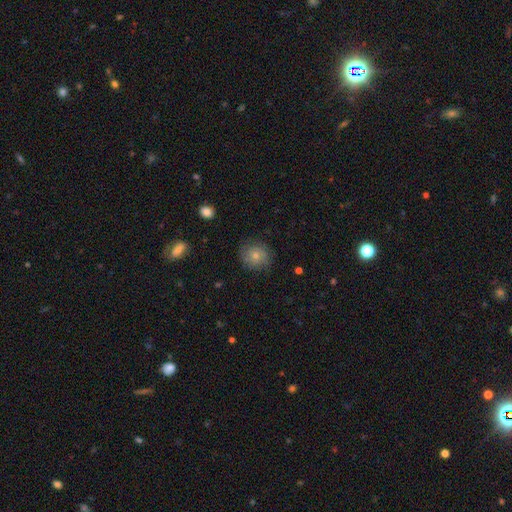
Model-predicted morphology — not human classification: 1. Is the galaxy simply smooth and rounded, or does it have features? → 66% smooth, 25% featured or disk, 9% star or artifact.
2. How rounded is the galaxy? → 83% round, 16% in between, 1% cigar-shaped.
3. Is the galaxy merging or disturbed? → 77% none, 17% minor disturbance, 5% major disturbance, 1% merger.